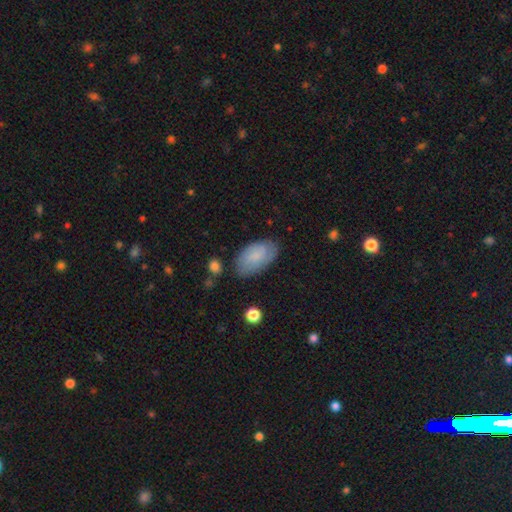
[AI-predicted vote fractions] Smooth or featured? smooth (73%)
How rounded? in between (94%)
Merging? none (75%)